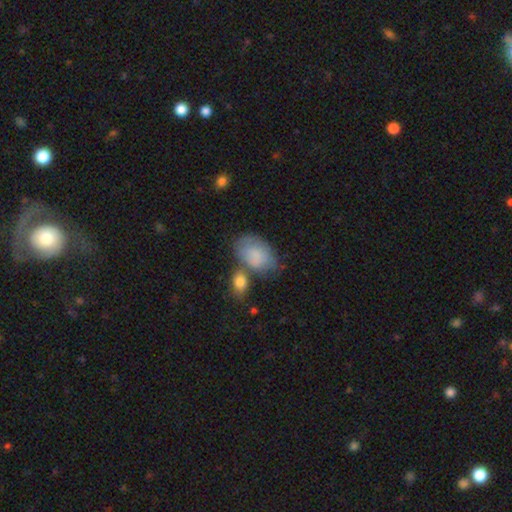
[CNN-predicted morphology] Smooth or featured?
  - smooth: 78% *
  - featured or disk: 16%
  - star or artifact: 7%
How rounded?
  - in between: 87% *
  - round: 12%
  - cigar-shaped: 1%
Merging?
  - none: 41% *
  - merger: 27%
  - minor disturbance: 22%
  - major disturbance: 9%